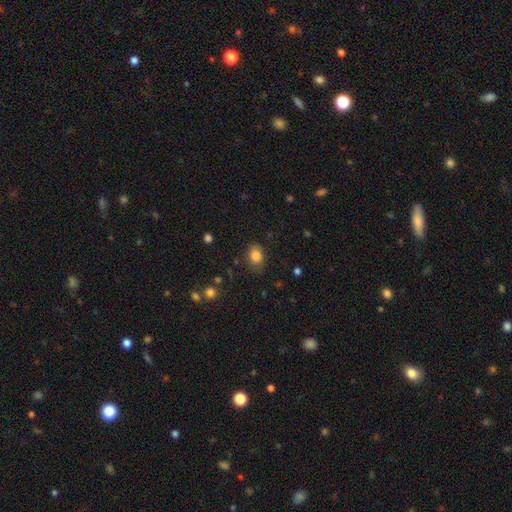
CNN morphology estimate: Smooth or featured? Predicted: smooth (p=0.84). How rounded? Predicted: in between (p=0.73). Merging? Predicted: none (p=0.73).